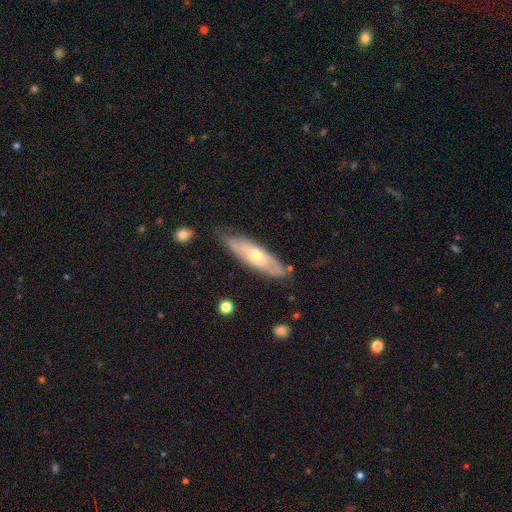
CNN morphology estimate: type=featured or disk (55%); edge-on=no (56%); merging=none (75%).